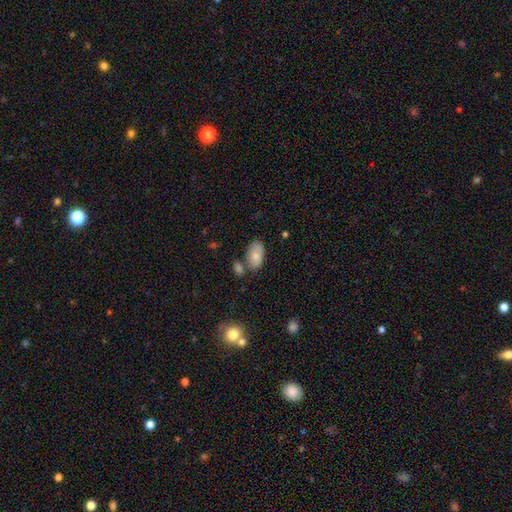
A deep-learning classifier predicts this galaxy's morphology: smooth-or-featured: smooth: 81% | featured or disk: 12% | star or artifact: 7%
  how-rounded: in between: 94% | round: 4% | cigar-shaped: 2%
  merging: none: 57% | minor disturbance: 20% | merger: 17% | major disturbance: 5%